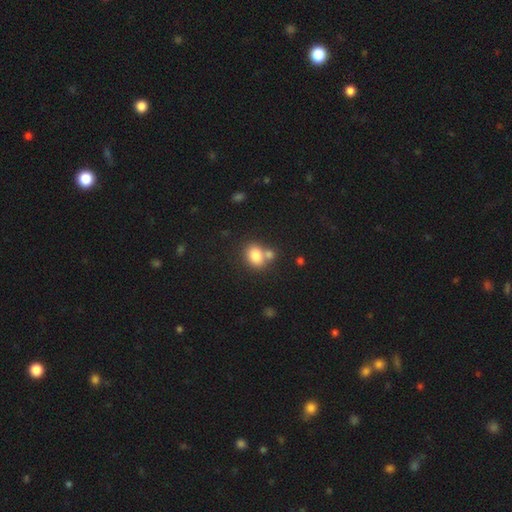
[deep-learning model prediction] Q: Smooth or featured?
A: smooth (82%); runner-up: star or artifact (10%)
Q: How rounded?
A: in between (60%); runner-up: round (39%)
Q: Merging?
A: none (50%); runner-up: merger (34%)